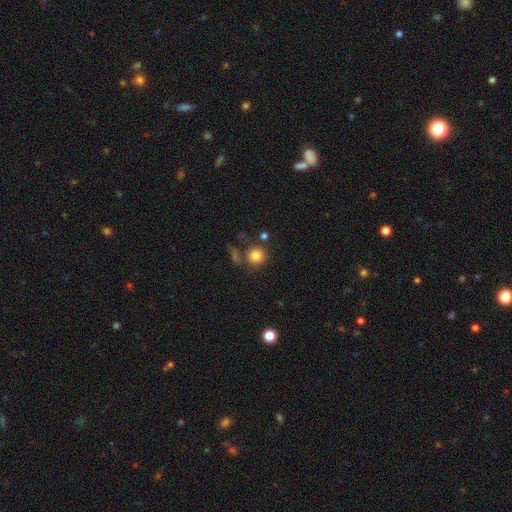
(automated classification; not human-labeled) The model was most divided on "merging": none: 74%, merger: 11%, minor disturbance: 10%, major disturbance: 4%. More confident: how rounded — round (91%); smooth or featured — smooth (82%).